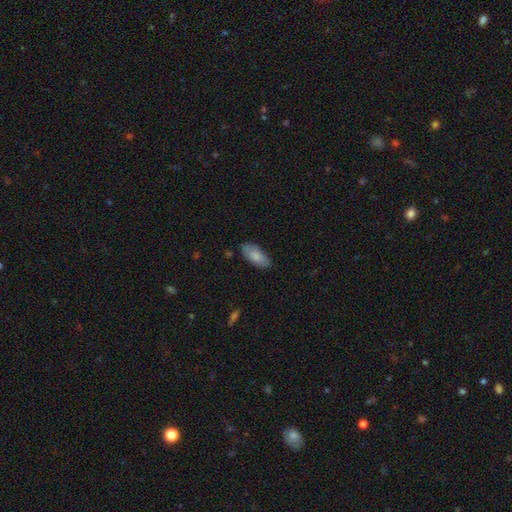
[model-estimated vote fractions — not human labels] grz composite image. It shows a smooth galaxy with no disk features (82%) that is in between round and cigar-shaped (88%). Merging: none (82%).